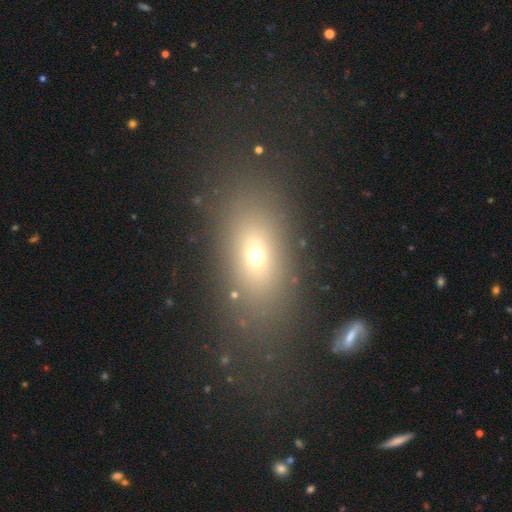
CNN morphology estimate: smooth 63%, featured or disk 19%, star or artifact 19%. Down the decision tree: how rounded — in between (74%); merging — none (74%).